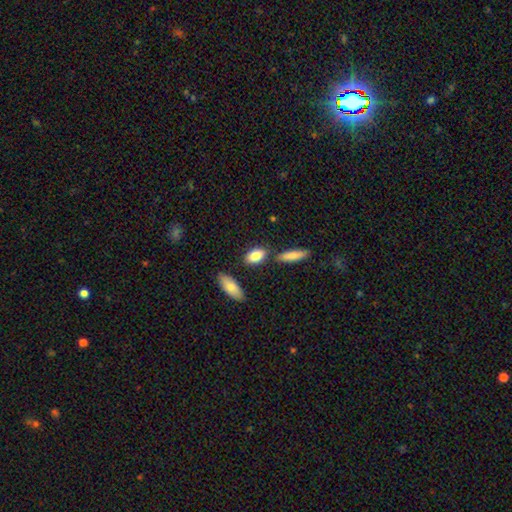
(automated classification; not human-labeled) smooth_or_featured: smooth (p=0.83) [alt: featured or disk p=0.10]
how_rounded: in between (p=0.86) [alt: cigar-shaped p=0.08]
merging: none (p=0.75) [alt: minor disturbance p=0.13]